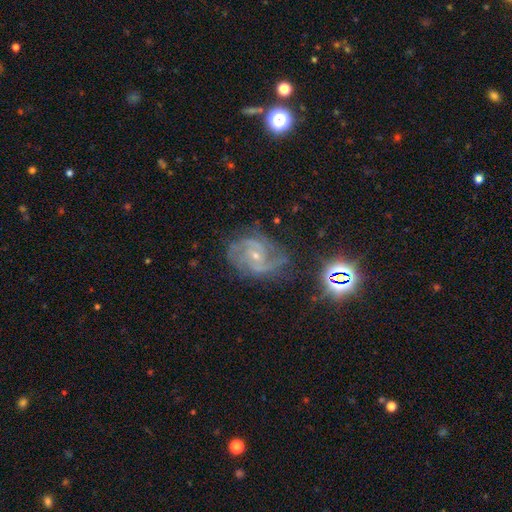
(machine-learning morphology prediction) This appears to be a featured or disk galaxy (85%) with no bar (54%), 2 (58%) medium (52%) spiral arms (97%) and a small central bulge (73%). Merging: none (63%).